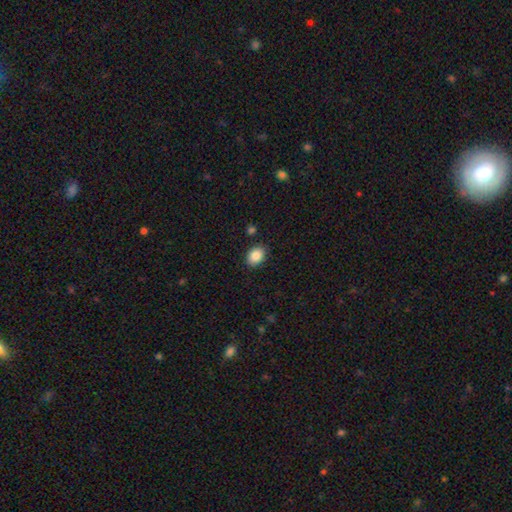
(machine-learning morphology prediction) smooth 87%, star or artifact 8%, featured or disk 5%. Down the decision tree: how rounded — in between (72%); merging — none (85%).